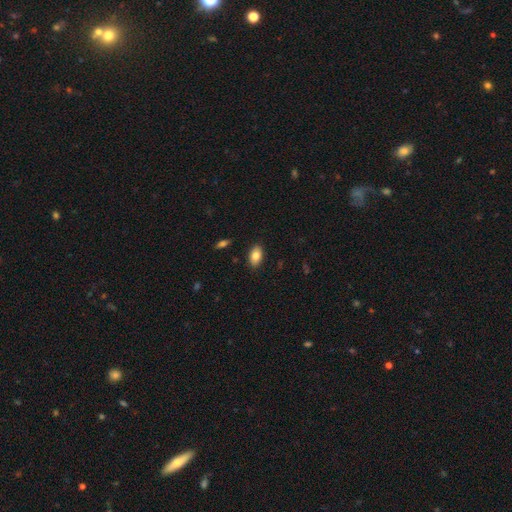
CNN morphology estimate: Smooth or featured? smooth (84%)
How rounded? in between (92%)
Merging? none (88%)